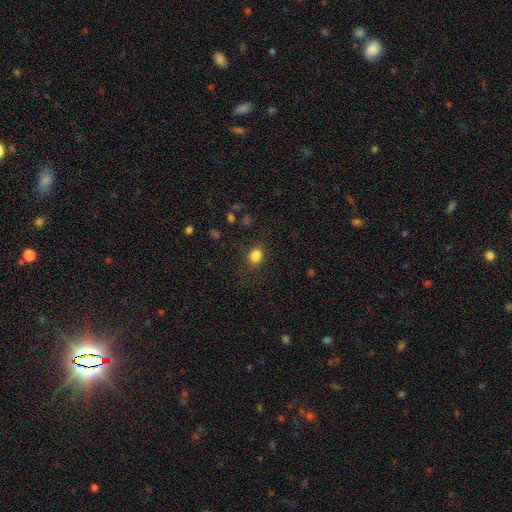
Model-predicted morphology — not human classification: smooth-or-featured: smooth: 83% | star or artifact: 12% | featured or disk: 5%
  how-rounded: round: 51% | in between: 48% | cigar-shaped: 1%
  merging: none: 78% | minor disturbance: 14% | major disturbance: 6% | merger: 2%